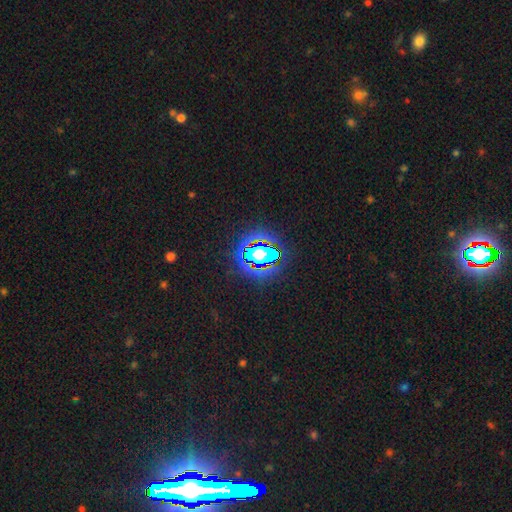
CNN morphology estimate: Smooth or featured: star or artifact — 84% (smooth — 9%)